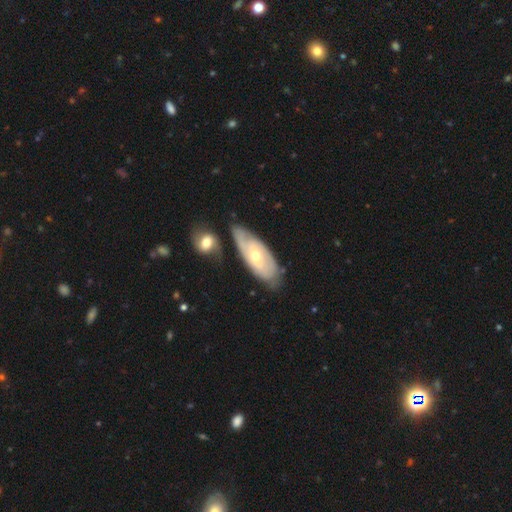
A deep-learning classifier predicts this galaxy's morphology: A featured or disk galaxy (65%) with no bar (74%), spiral arms (69%) and a moderate central bulge (55%). Merging: none (60%).